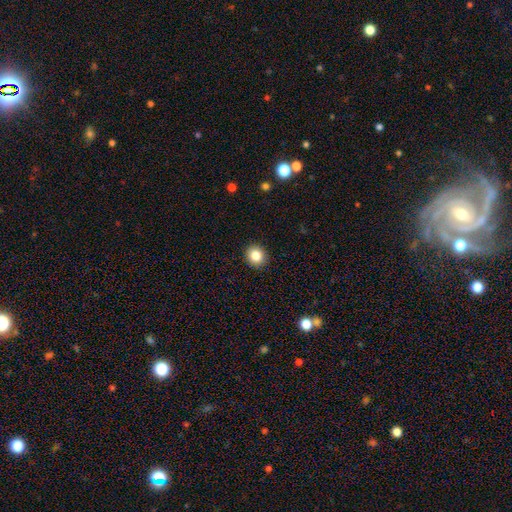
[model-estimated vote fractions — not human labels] Morphology: type=smooth (85%); roundness=round (83%); merging=none (92%).